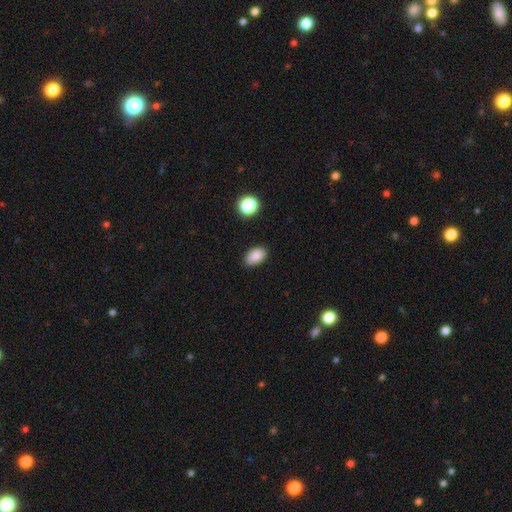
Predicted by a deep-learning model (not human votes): Overall: smooth (86%). How rounded: in between (90%). Merging: none (84%).